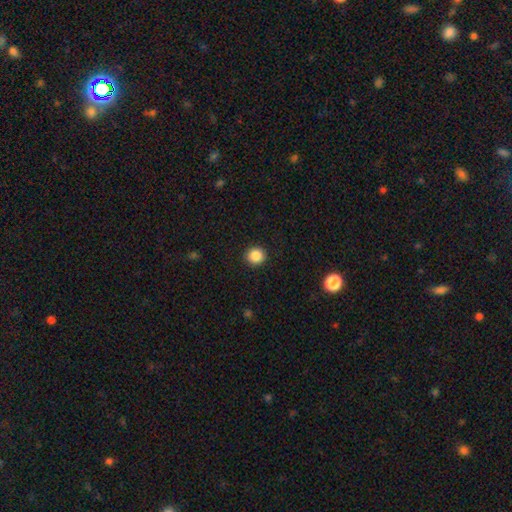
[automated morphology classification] smooth 87%, star or artifact 10%, featured or disk 4%. Down the decision tree: how rounded — round (94%); merging — none (93%).